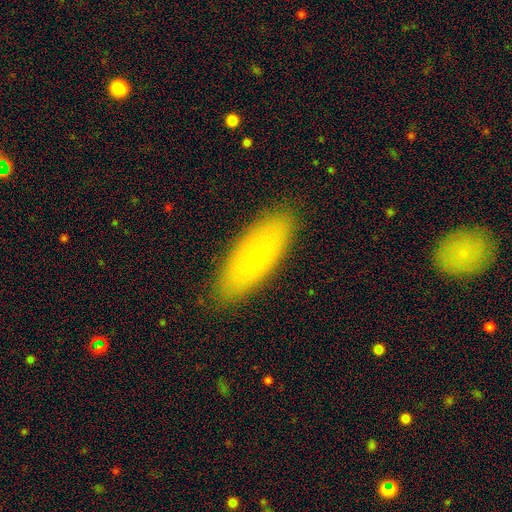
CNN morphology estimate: smooth-or-featured: smooth: 60% | featured or disk: 32% | star or artifact: 8%
  how-rounded: in between: 69% | cigar-shaped: 27% | round: 4%
  merging: none: 88% | minor disturbance: 9% | major disturbance: 2% | merger: 1%